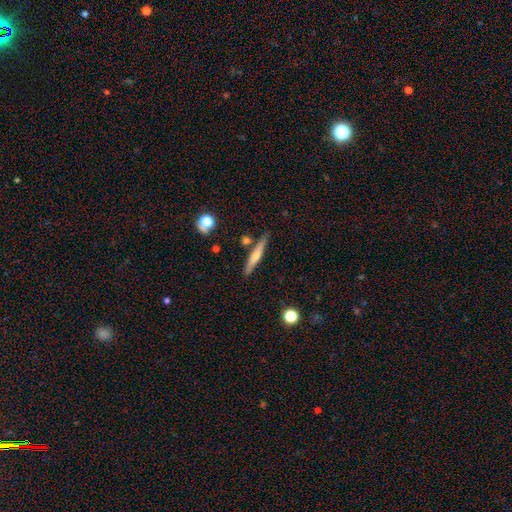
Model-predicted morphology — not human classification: smooth_or_featured: featured or disk (p=0.47) [alt: smooth p=0.46]
merging: none (p=0.83) [alt: minor disturbance p=0.10]